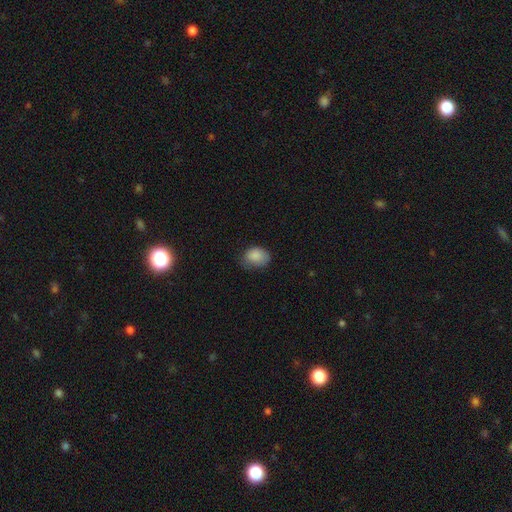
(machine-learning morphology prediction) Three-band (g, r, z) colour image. It shows a smooth galaxy with no disk features (86%) that is in between round and cigar-shaped (68%). Merging: none (55%).